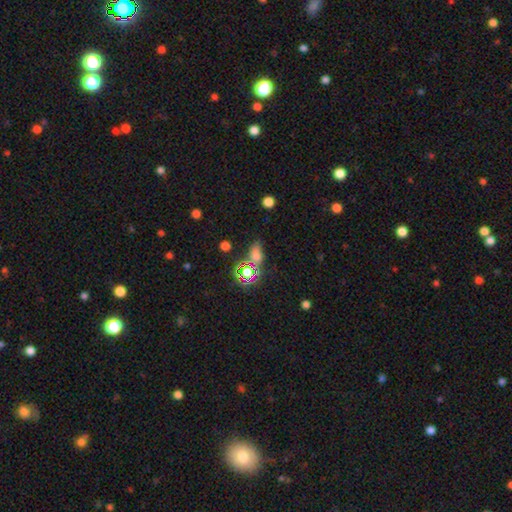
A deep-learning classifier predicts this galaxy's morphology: Q: Smooth or featured?
A: smooth (54%); runner-up: star or artifact (37%)
Q: How rounded?
A: in between (71%); runner-up: round (22%)
Q: Merging?
A: none (67%); runner-up: minor disturbance (16%)